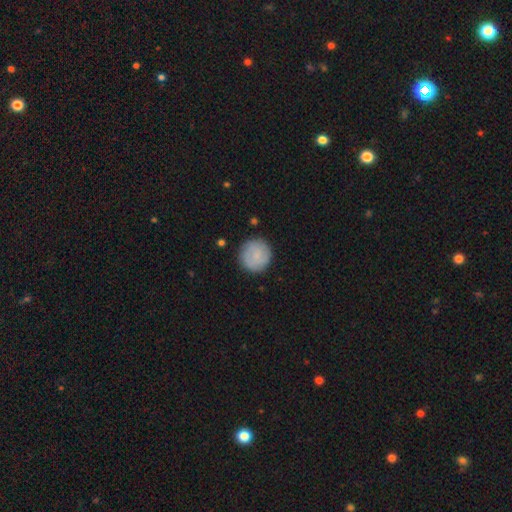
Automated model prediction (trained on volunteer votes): Smooth or featured?
  - smooth: 82% *
  - featured or disk: 12%
  - star or artifact: 6%
How rounded?
  - round: 95% *
  - in between: 4%
  - cigar-shaped: 1%
Merging?
  - none: 87% *
  - minor disturbance: 9%
  - major disturbance: 2%
  - merger: 1%